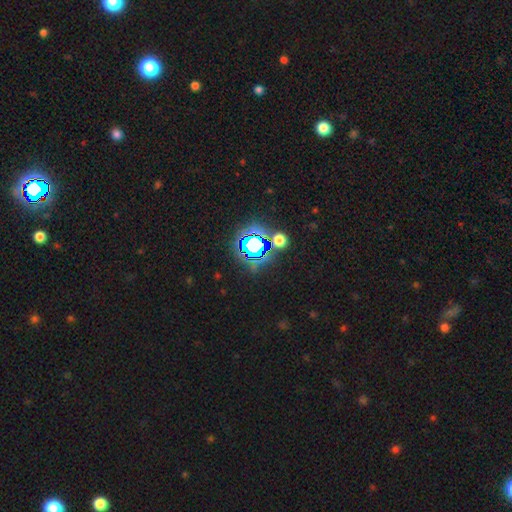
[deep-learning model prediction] A star or artifact, not a galaxy (83%).

Vote fractions:
- Smooth or featured? star or artifact: 83% / smooth: 11% / featured or disk: 6%